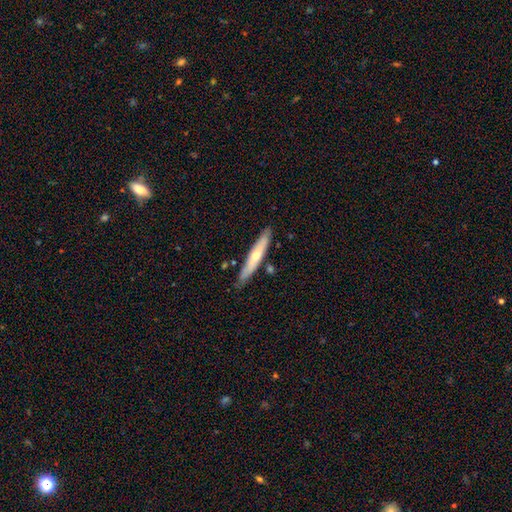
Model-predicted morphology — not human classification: The model was most divided on "smooth or featured": smooth: 50%, featured or disk: 44%, star or artifact: 6%. More confident: how rounded — cigar-shaped (90%); merging — none (82%).